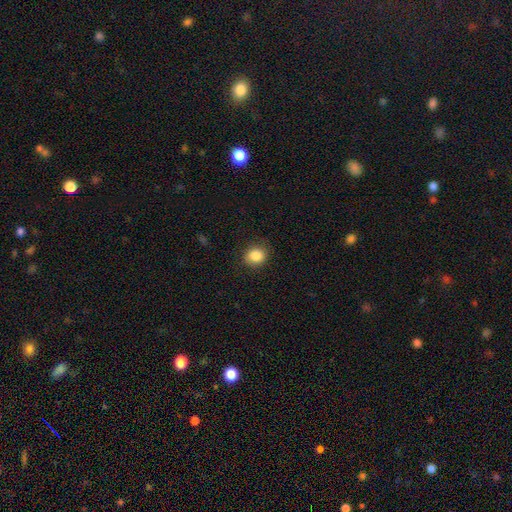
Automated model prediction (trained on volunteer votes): Smooth or featured?
  - smooth: 86% *
  - star or artifact: 9%
  - featured or disk: 5%
How rounded?
  - round: 70% *
  - in between: 29%
  - cigar-shaped: 1%
Merging?
  - none: 85% *
  - minor disturbance: 11%
  - major disturbance: 3%
  - merger: 1%